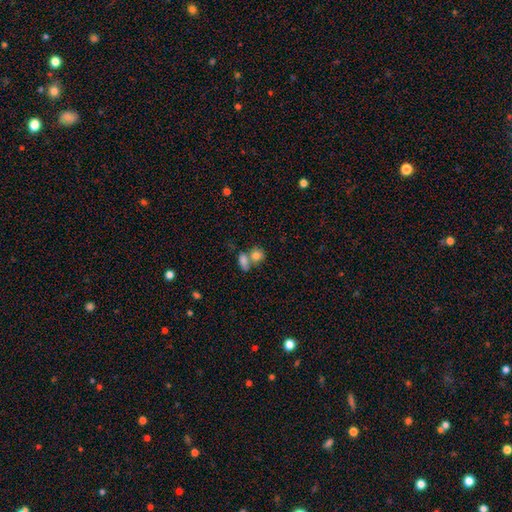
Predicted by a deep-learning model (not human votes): Smooth or featured? Predicted: smooth (p=0.81). How rounded? Predicted: round (p=0.61). Merging? Predicted: merger (p=0.49).